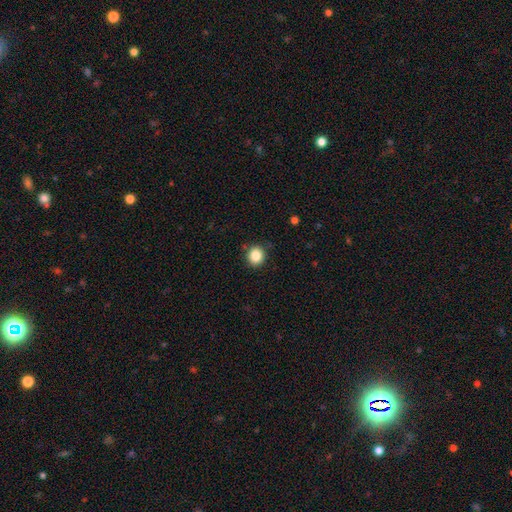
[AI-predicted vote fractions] smooth_or_featured: smooth (p=0.85) [alt: star or artifact p=0.10]
how_rounded: round (p=0.88) [alt: in between p=0.11]
merging: none (p=0.88) [alt: minor disturbance p=0.08]